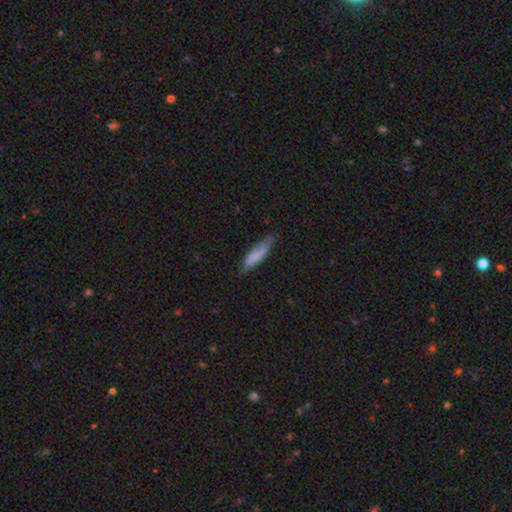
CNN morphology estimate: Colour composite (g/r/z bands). It shows a smooth galaxy with no disk features (77%) that is cigar-shaped (70%). Merging: none (68%).